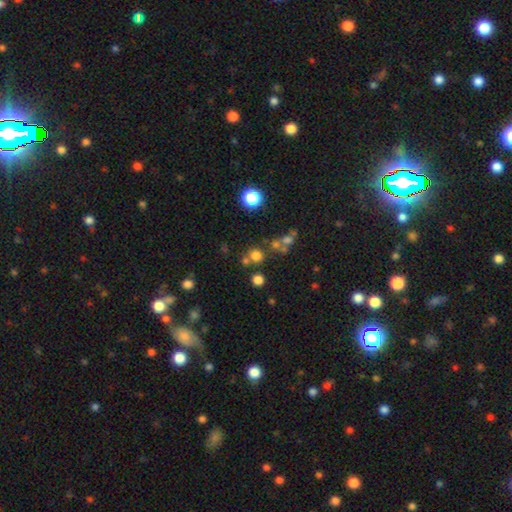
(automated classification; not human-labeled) Q: Smooth or featured?
A: smooth (67%); runner-up: star or artifact (22%)
Q: How rounded?
A: round (89%); runner-up: in between (10%)
Q: Merging?
A: none (67%); runner-up: merger (20%)